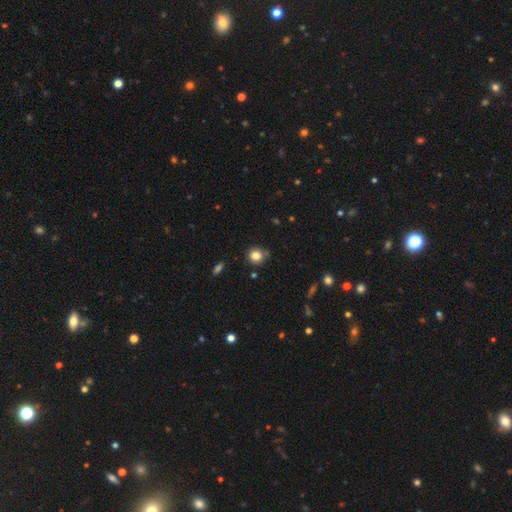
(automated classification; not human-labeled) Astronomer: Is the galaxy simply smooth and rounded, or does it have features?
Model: smooth — 82%.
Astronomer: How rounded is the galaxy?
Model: round — 84%.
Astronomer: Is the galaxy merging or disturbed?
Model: none — 75%.